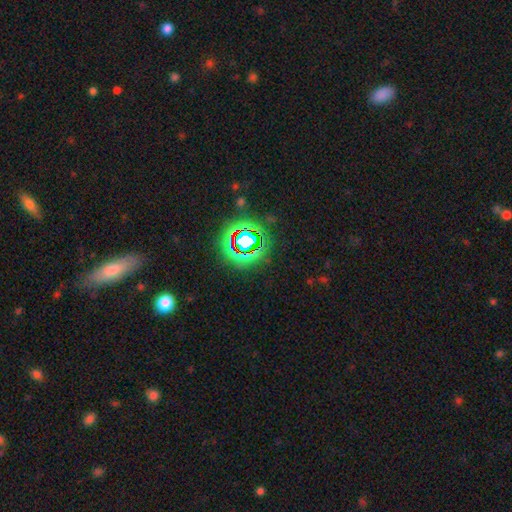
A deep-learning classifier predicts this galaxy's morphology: The model was most divided on "smooth or featured": star or artifact: 69%, smooth: 20%, featured or disk: 11%.